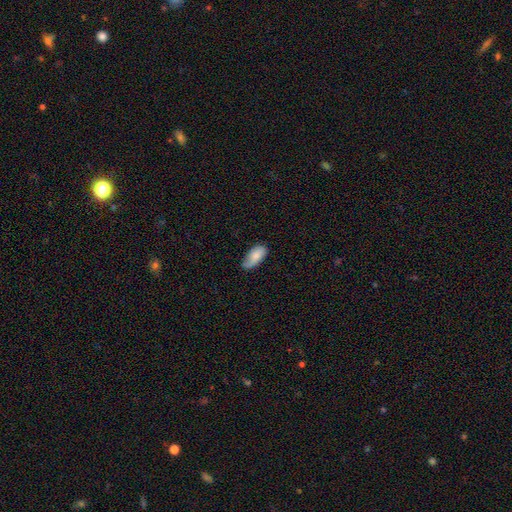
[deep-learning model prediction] The model was most divided on "merging": none: 58%, minor disturbance: 33%, major disturbance: 8%, merger: 2%. More confident: how rounded — in between (91%); smooth or featured — smooth (77%).